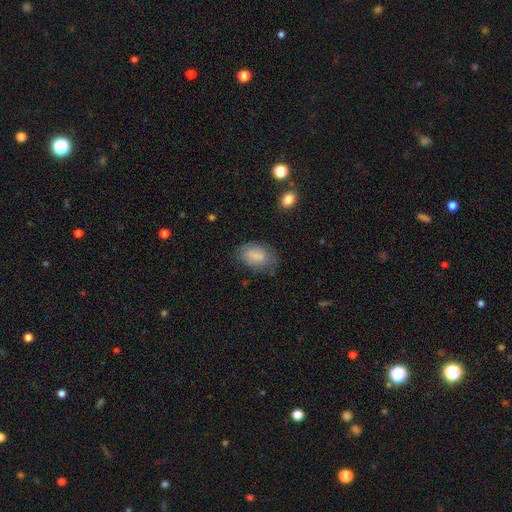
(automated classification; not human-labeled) smooth 78%, featured or disk 14%, star or artifact 8%. Down the decision tree: how rounded — in between (87%); merging — none (64%).